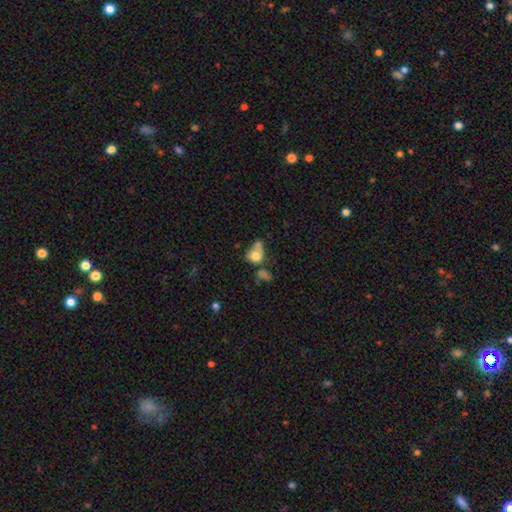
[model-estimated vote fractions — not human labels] smooth-or-featured: smooth: 71% | featured or disk: 17% | star or artifact: 11%
  how-rounded: round: 56% | in between: 42% | cigar-shaped: 2%
  merging: merger: 43% | none: 25% | major disturbance: 17% | minor disturbance: 15%